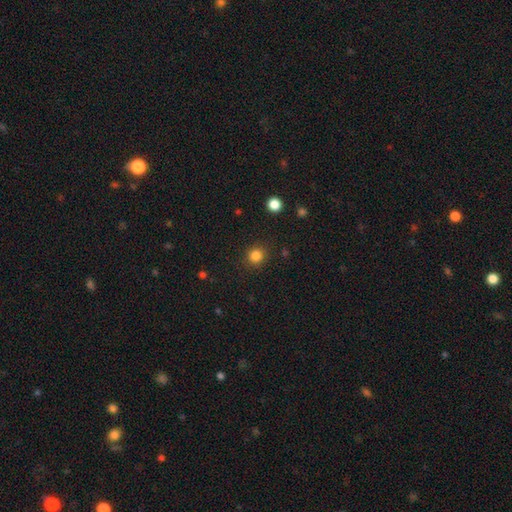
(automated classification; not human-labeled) Smooth or featured: smooth — 83% (star or artifact — 13%)
How rounded: round — 89% (in between — 10%)
Merging: none — 88% (minor disturbance — 8%)